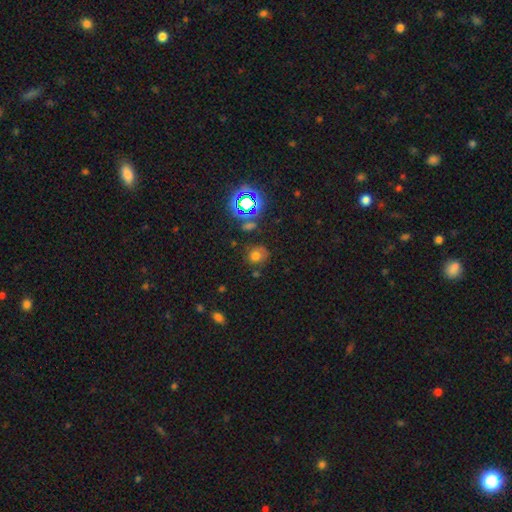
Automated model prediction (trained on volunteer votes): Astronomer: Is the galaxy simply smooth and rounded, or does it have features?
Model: smooth — 62%.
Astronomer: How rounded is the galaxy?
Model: round — 71%.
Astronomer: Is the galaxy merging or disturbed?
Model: none — 68%.